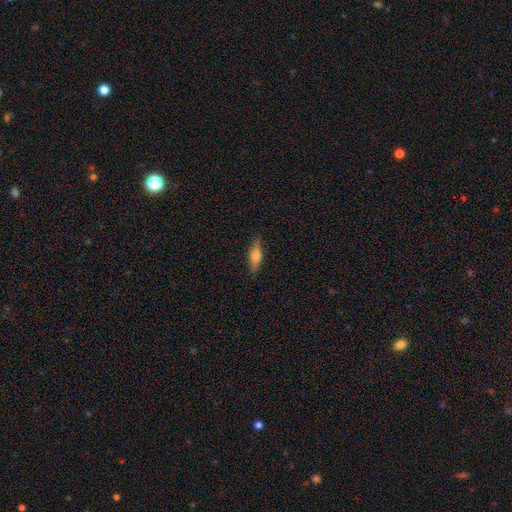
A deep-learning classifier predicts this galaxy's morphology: This appears to be a smooth galaxy with no disk features (56%) that is cigar-shaped (54%). Merging: none (86%).